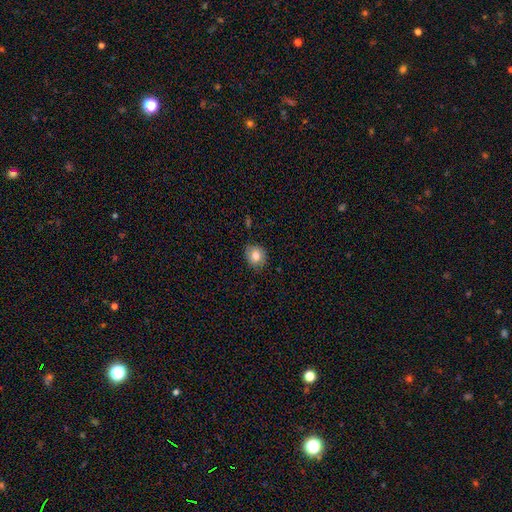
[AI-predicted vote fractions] Smooth or featured: smooth — 79% (featured or disk — 12%)
How rounded: round — 66% (in between — 33%)
Merging: none — 81% (minor disturbance — 15%)